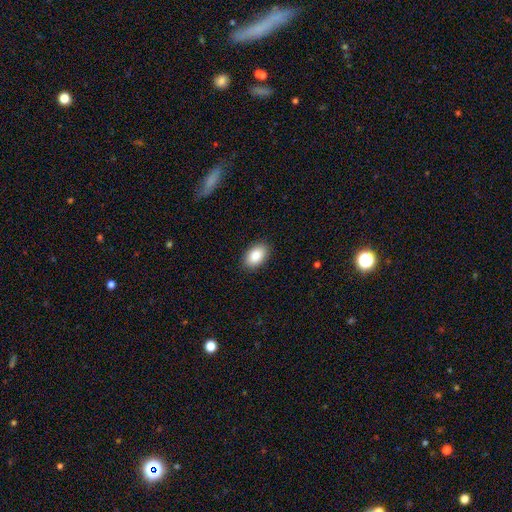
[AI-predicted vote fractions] The model was most divided on "smooth or featured": smooth: 88%, star or artifact: 7%, featured or disk: 5%. More confident: how rounded — in between (92%); merging — none (89%).